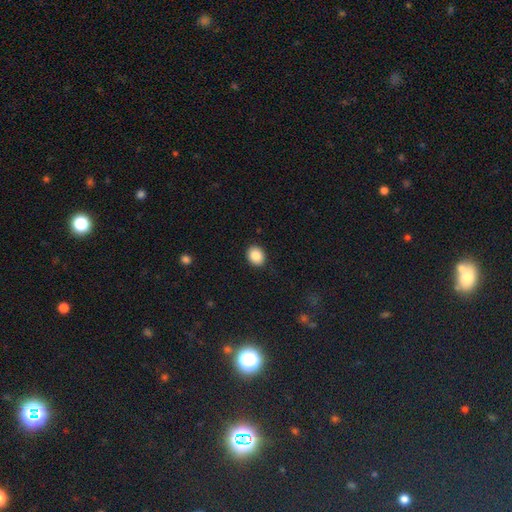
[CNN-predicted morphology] type=smooth (87%); roundness=round (54%); merging=none (90%).